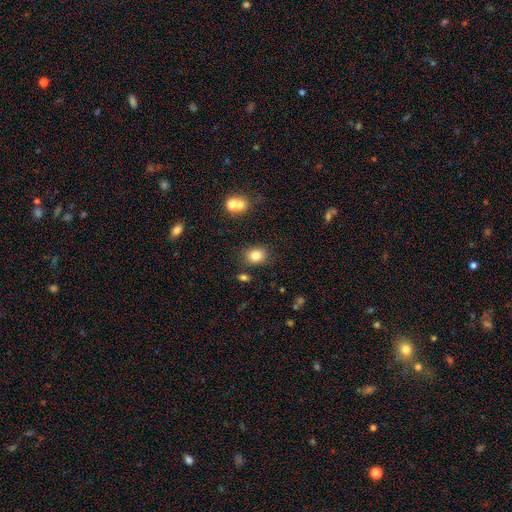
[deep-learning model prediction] Smooth or featured? smooth (82%)
How rounded? round (61%)
Merging? none (83%)